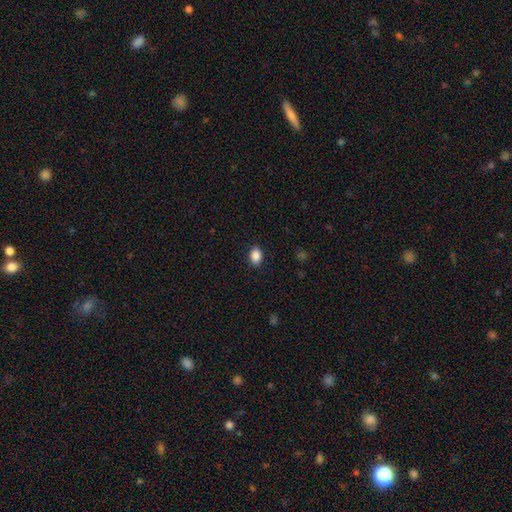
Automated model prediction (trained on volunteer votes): Overall: smooth (88%). How rounded: in between (80%). Merging: none (89%).